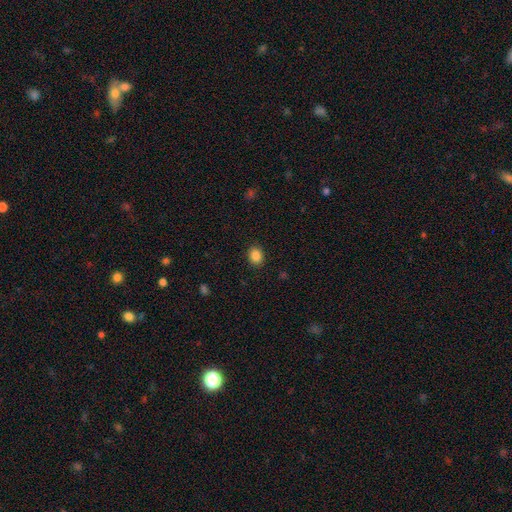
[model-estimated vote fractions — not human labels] smooth-or-featured: smooth: 86% | star or artifact: 10% | featured or disk: 4%
  how-rounded: in between: 53% | round: 46% | cigar-shaped: 1%
  merging: none: 90% | minor disturbance: 7% | major disturbance: 2% | merger: 1%